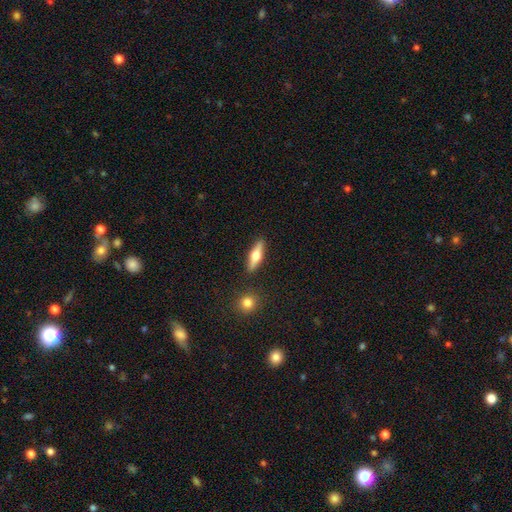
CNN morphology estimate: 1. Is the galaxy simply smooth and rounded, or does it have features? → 51% featured or disk, 43% smooth, 6% star or artifact.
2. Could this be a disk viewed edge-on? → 93% yes, 7% no.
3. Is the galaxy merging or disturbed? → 87% none, 7% minor disturbance, 3% merger, 2% major disturbance.